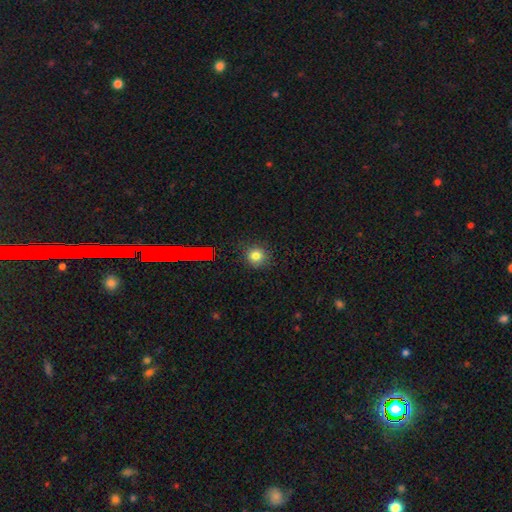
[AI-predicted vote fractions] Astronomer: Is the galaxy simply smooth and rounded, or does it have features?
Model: smooth — 75%.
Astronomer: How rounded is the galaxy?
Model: round — 91%.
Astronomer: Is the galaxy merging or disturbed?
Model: none — 87%.